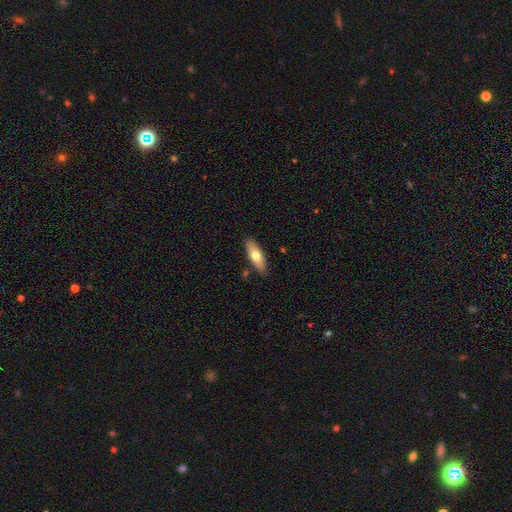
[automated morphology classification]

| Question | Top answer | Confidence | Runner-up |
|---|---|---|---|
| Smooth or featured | smooth | 66% | featured or disk (28%) |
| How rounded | in between | 66% | cigar-shaped (32%) |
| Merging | none | 86% | minor disturbance (10%) |